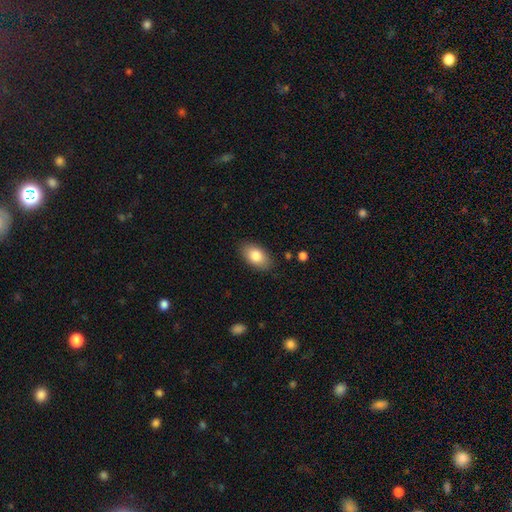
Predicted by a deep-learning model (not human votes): smooth_or_featured: smooth (p=0.83) [alt: featured or disk p=0.11]
how_rounded: in between (p=0.92) [alt: round p=0.06]
merging: none (p=0.85) [alt: minor disturbance p=0.11]